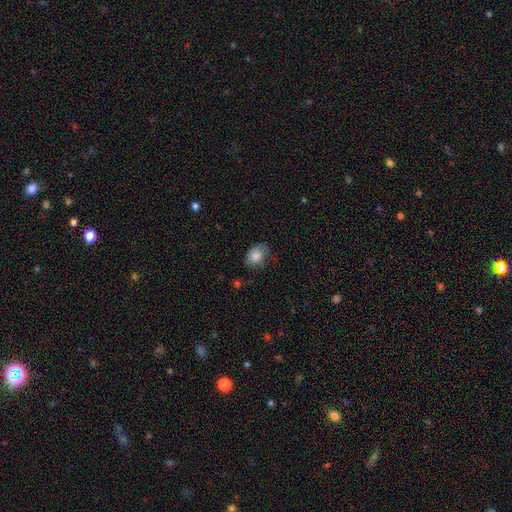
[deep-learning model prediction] Q: Smooth or featured?
A: smooth (83%); runner-up: featured or disk (9%)
Q: How rounded?
A: in between (79%); runner-up: round (20%)
Q: Merging?
A: none (65%); runner-up: minor disturbance (27%)